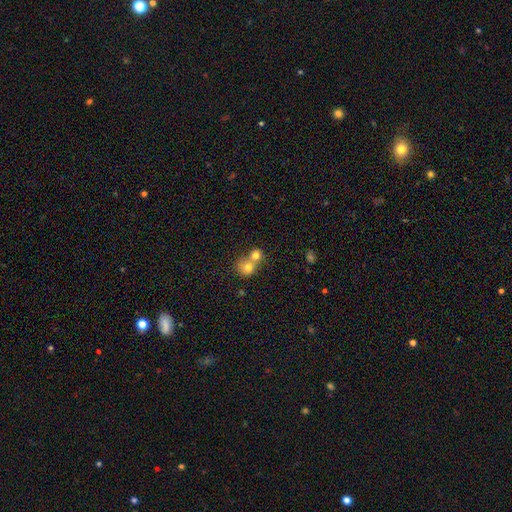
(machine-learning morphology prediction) Q: Smooth or featured?
A: smooth (74%); runner-up: featured or disk (14%)
Q: How rounded?
A: round (79%); runner-up: in between (20%)
Q: Merging?
A: merger (63%); runner-up: none (30%)